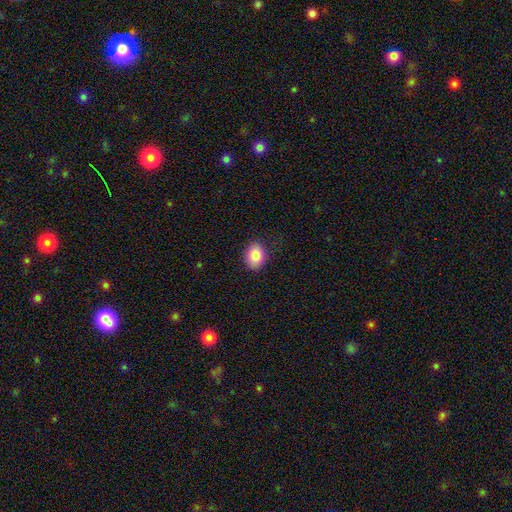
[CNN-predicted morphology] A smooth galaxy with no disk features (86%) that is in between round and cigar-shaped (69%).

Vote fractions:
- Smooth or featured? smooth: 86% / star or artifact: 8% / featured or disk: 7%
- How rounded? in between: 69% / round: 30% / cigar-shaped: 1%
- Merging? none: 86% / minor disturbance: 10% / major disturbance: 2% / merger: 1%